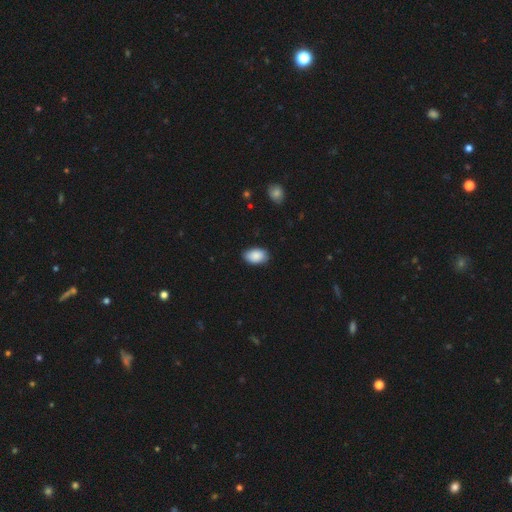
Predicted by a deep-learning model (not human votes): This is clearly a smooth galaxy (88%). How rounded: clearly in between (92%). Merging: clearly none (83%).